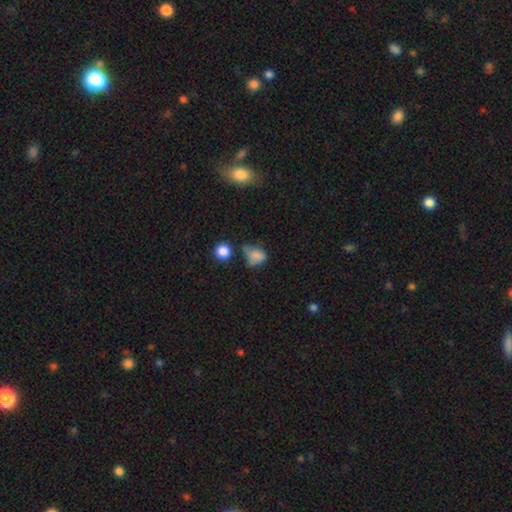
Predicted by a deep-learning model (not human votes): This appears to be a smooth galaxy with no disk features (72%) that is in between round and cigar-shaped (63%). Merging: minor disturbance (34%).